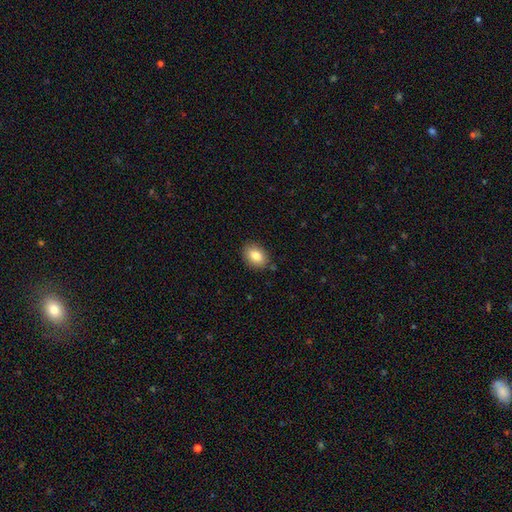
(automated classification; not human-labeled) Morphology: type=smooth (83%); roundness=in between (71%); merging=none (86%).